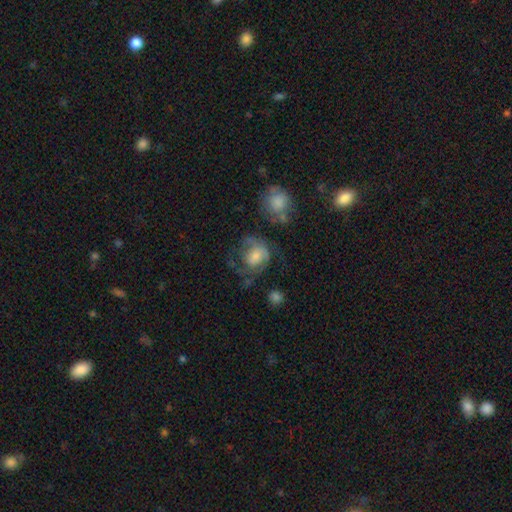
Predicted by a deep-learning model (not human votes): Smooth or featured?
  - featured or disk: 50% *
  - smooth: 40%
  - star or artifact: 10%
Merging?
  - none: 44% *
  - major disturbance: 29%
  - minor disturbance: 22%
  - merger: 5%